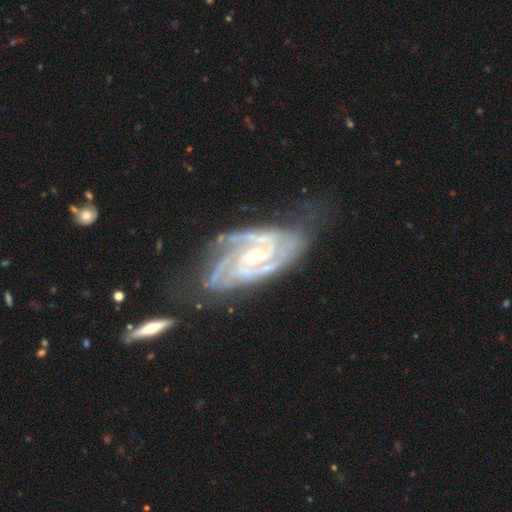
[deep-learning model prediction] This appears to be a featured or disk galaxy (92%) with no bar (42%), 3 (36%) tight (65%) spiral arms (98%) and a small central bulge (59%). Merging: none (60%).